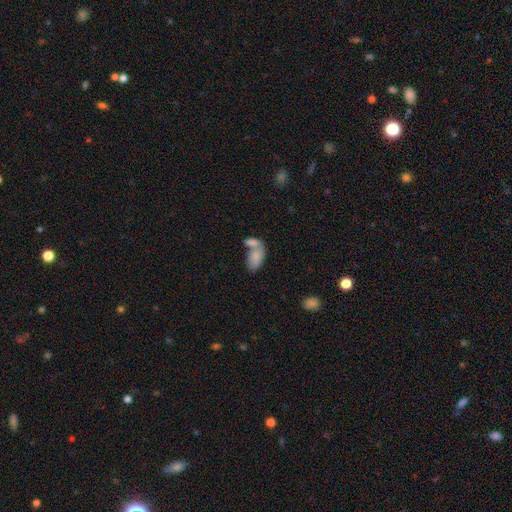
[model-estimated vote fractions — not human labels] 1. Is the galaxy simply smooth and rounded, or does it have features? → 79% smooth, 14% featured or disk, 7% star or artifact.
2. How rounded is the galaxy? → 93% in between, 5% round, 3% cigar-shaped.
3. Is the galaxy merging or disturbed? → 56% merger, 26% none, 11% minor disturbance, 6% major disturbance.